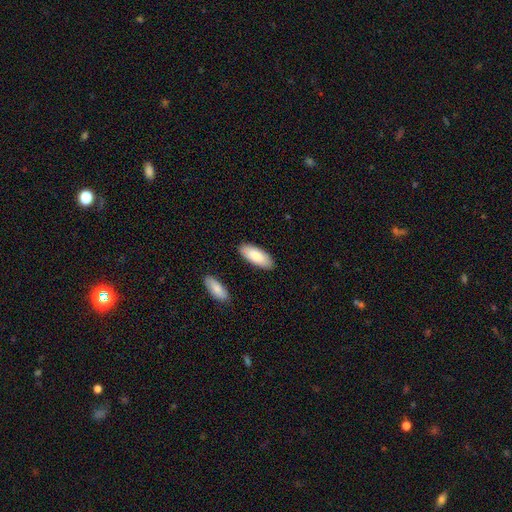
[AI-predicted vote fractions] smooth-or-featured: smooth: 85% | featured or disk: 10% | star or artifact: 5%
  how-rounded: in between: 83% | cigar-shaped: 16% | round: 2%
  merging: none: 86% | minor disturbance: 10% | merger: 3% | major disturbance: 2%